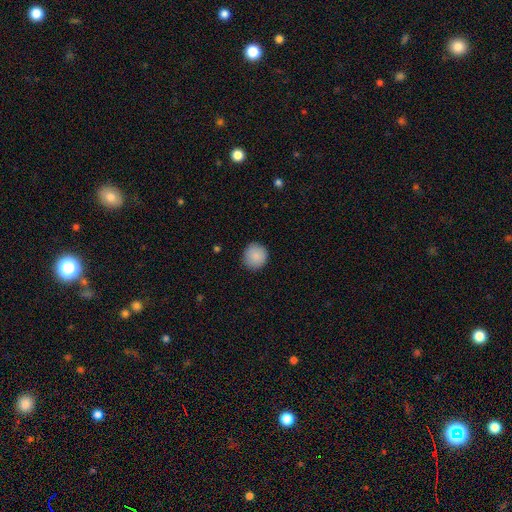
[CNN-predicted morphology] Smooth or featured?
  - smooth: 89% *
  - star or artifact: 7%
  - featured or disk: 4%
How rounded?
  - round: 92% *
  - in between: 7%
  - cigar-shaped: 1%
Merging?
  - none: 90% *
  - minor disturbance: 7%
  - major disturbance: 2%
  - merger: 1%